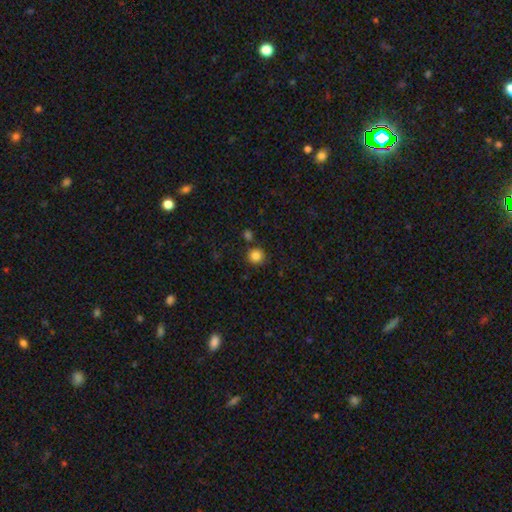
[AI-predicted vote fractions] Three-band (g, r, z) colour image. It shows a smooth galaxy with no disk features (85%) that is round (93%). Merging: none (84%).